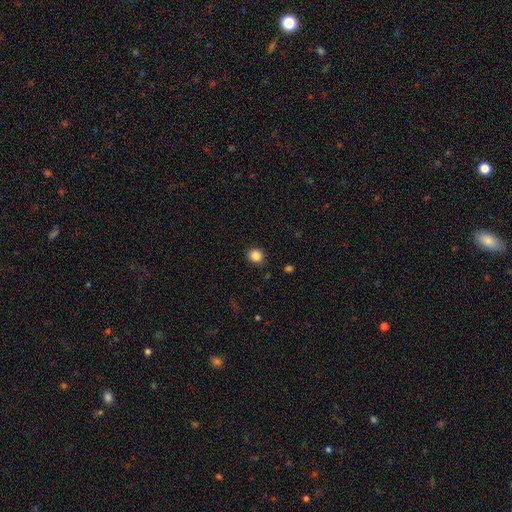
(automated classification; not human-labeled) This appears to be a smooth galaxy with no disk features (86%) that is round (80%). Merging: none (89%).